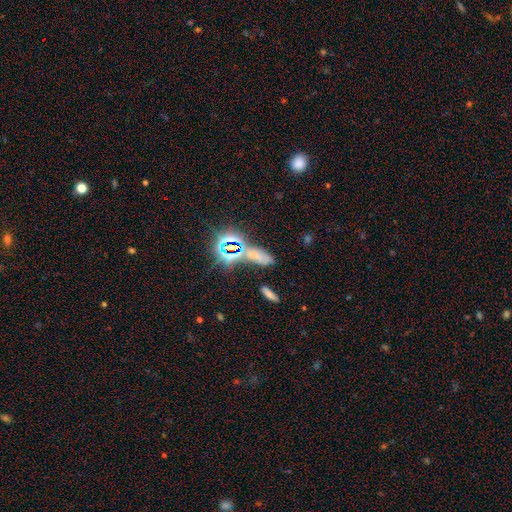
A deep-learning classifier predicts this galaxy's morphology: Q: Smooth or featured?
A: star or artifact (47%); runner-up: smooth (41%)